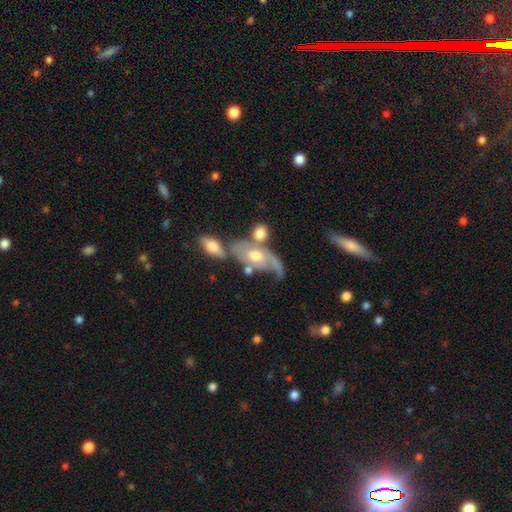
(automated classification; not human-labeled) The model was most divided on "merging": merger: 35%, none: 26%, major disturbance: 21%, minor disturbance: 18%. More confident: edge-on disk — no (91%); bar — no (75%); spiral arms — yes (75%); smooth or featured — featured or disk (68%); bulge size — moderate (67%).